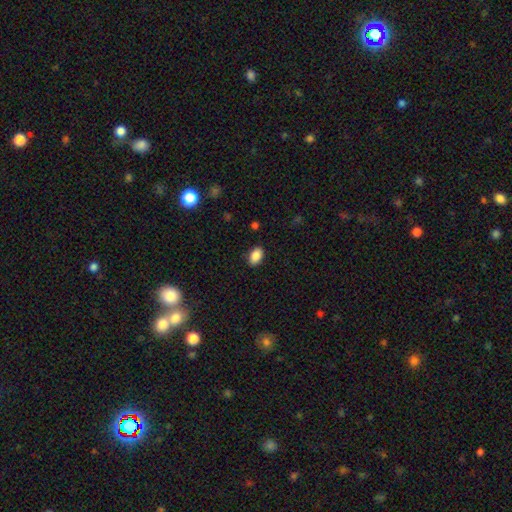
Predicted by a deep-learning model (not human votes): Smooth or featured? Predicted: smooth (p=0.88). How rounded? Predicted: in between (p=0.88). Merging? Predicted: none (p=0.87).